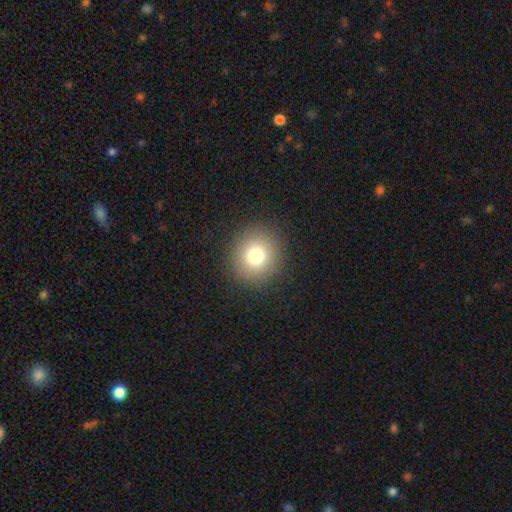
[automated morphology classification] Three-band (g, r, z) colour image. It shows a smooth galaxy with no disk features (77%) that is round (89%). Merging: none (91%).